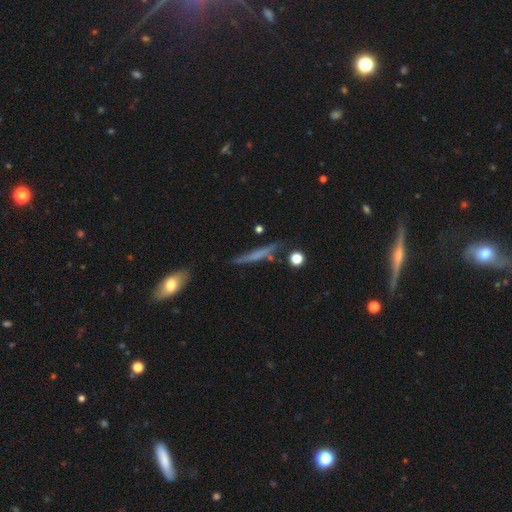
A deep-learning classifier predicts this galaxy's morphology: Overall: smooth (46%; featured or disk 43%). Merging: none (76%).